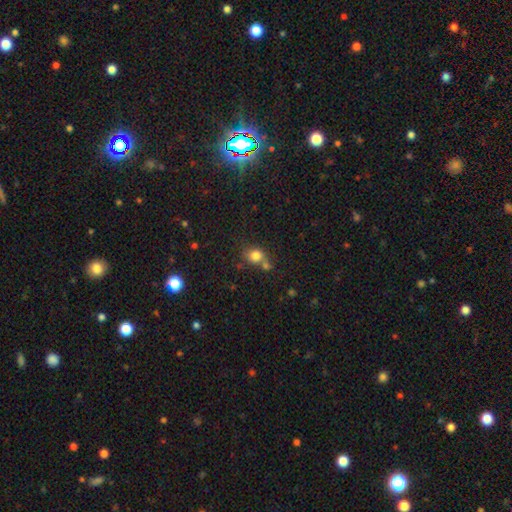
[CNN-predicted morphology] Smooth or featured? smooth (78%)
How rounded? round (72%)
Merging? none (48%)